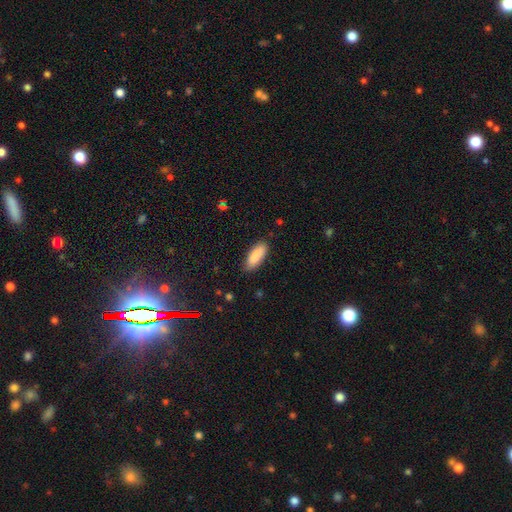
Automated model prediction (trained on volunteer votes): This is clearly a smooth galaxy (89%). How rounded: likely in between (76%). Merging: clearly none (82%).